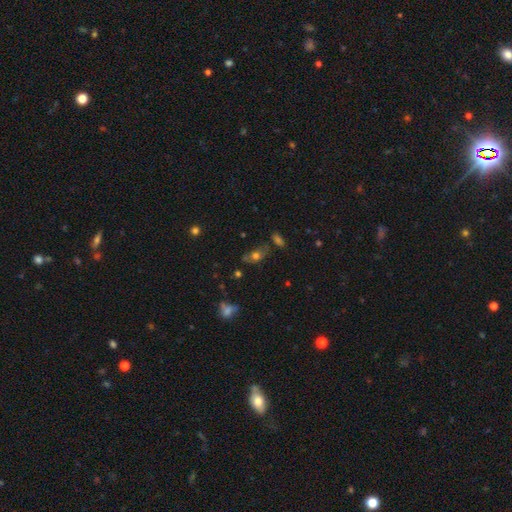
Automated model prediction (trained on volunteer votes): This appears to be a smooth galaxy with no disk features (58%) that is in between round and cigar-shaped (76%). Merging: none (56%).